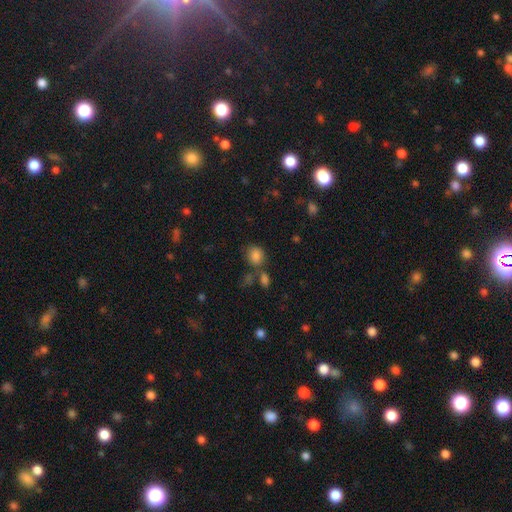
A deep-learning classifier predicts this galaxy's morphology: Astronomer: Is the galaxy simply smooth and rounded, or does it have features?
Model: smooth — 83%.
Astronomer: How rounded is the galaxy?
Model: round — 69%.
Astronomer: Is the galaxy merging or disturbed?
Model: none — 62%.